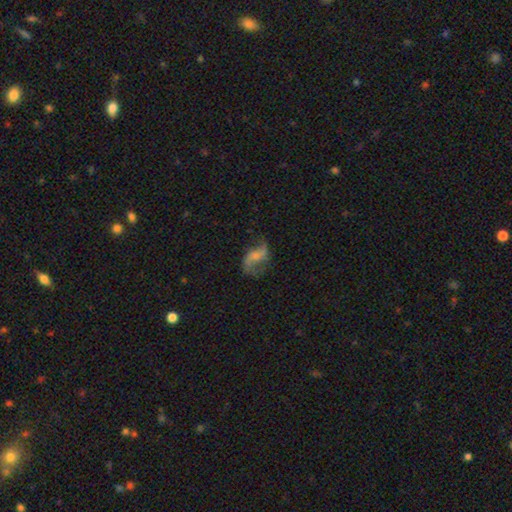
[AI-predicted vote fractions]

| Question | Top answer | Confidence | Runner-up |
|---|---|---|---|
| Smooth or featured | featured or disk | 74% | smooth (18%) |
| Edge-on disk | no | 97% | yes (3%) |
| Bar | no | 54% | weak (33%) |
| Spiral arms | yes | 90% | no (10%) |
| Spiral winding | loose | 79% | medium (17%) |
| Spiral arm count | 2 | 90% | 1 (3%) |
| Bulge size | small | 55% | moderate (29%) |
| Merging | none | 60% | minor disturbance (21%) |